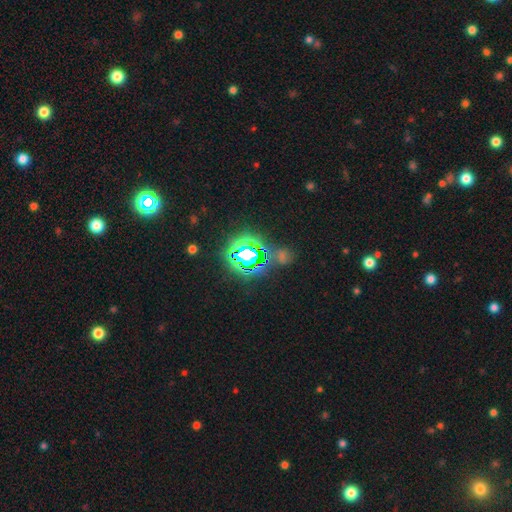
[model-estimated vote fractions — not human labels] Q: Smooth or featured?
A: star or artifact (78%); runner-up: smooth (13%)